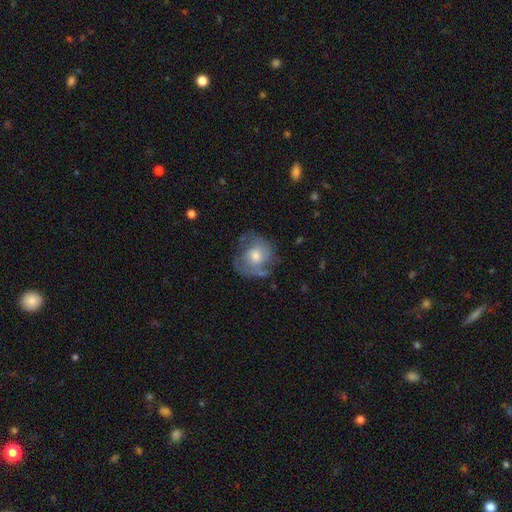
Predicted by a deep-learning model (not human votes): Smooth or featured: featured or disk — 62% (smooth — 30%)
Edge-on disk: no — 97% (yes — 3%)
Bar: no — 69% (weak — 26%)
Spiral arms: yes — 78% (no — 22%)
Bulge size: moderate — 65% (small — 21%)
Merging: none — 62% (minor disturbance — 23%)